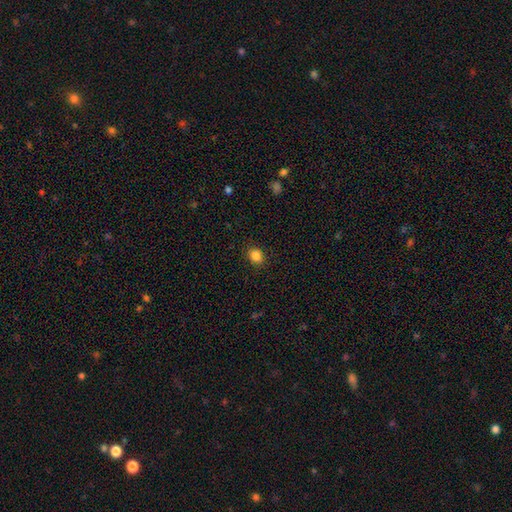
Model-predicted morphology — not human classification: A smooth galaxy with no disk features (86%) that is round (53%).

Vote fractions:
- Smooth or featured? smooth: 86% / star or artifact: 10% / featured or disk: 4%
- How rounded? round: 53% / in between: 46% / cigar-shaped: 1%
- Merging? none: 89% / minor disturbance: 8% / major disturbance: 2% / merger: 1%